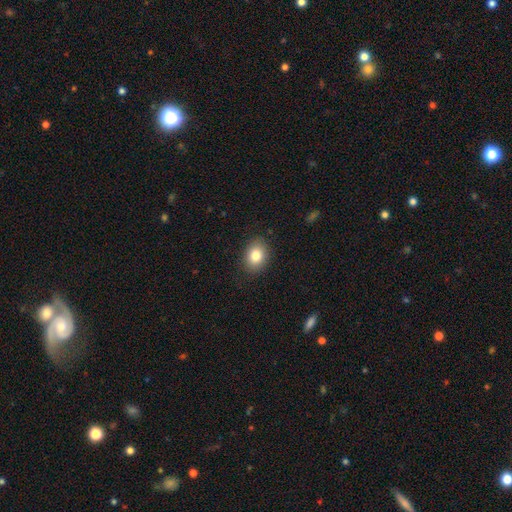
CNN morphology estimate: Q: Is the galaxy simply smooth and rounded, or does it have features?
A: smooth — 82%.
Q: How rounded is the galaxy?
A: in between — 64%.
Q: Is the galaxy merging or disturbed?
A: none — 87%.